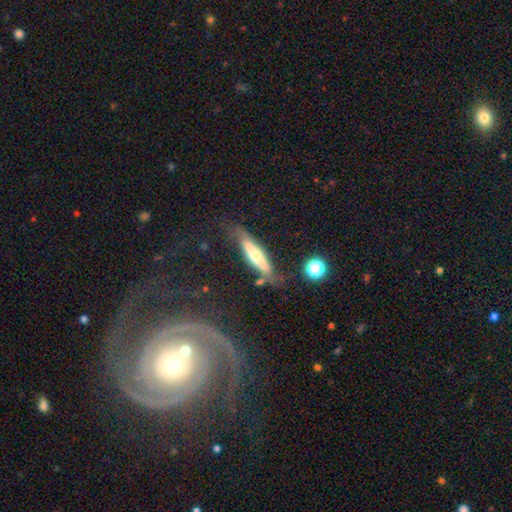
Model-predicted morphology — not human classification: Smooth or featured? Predicted: featured or disk (p=0.50). Merging? Predicted: none (p=0.65).